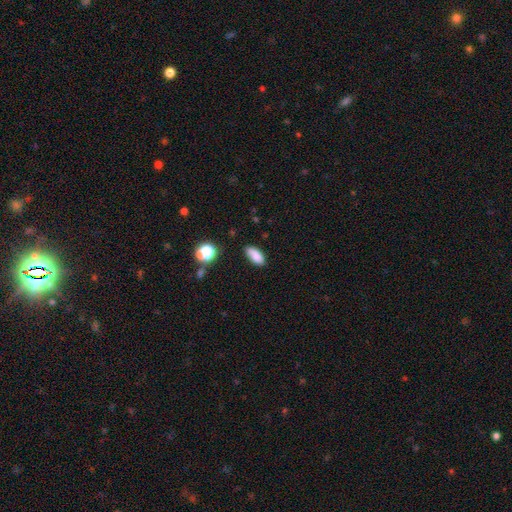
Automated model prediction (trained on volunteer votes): A smooth galaxy with no disk features (81%) that is in between round and cigar-shaped (83%).

Vote fractions:
- Smooth or featured? smooth: 81% / star or artifact: 10% / featured or disk: 9%
- How rounded? in between: 83% / cigar-shaped: 13% / round: 4%
- Merging? none: 68% / minor disturbance: 23% / major disturbance: 5% / merger: 4%